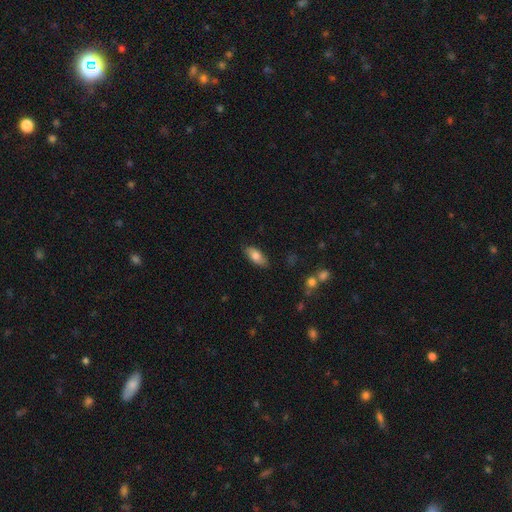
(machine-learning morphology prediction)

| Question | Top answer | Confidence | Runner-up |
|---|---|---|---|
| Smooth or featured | smooth | 78% | featured or disk (16%) |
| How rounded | in between | 85% | cigar-shaped (13%) |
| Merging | none | 85% | minor disturbance (12%) |